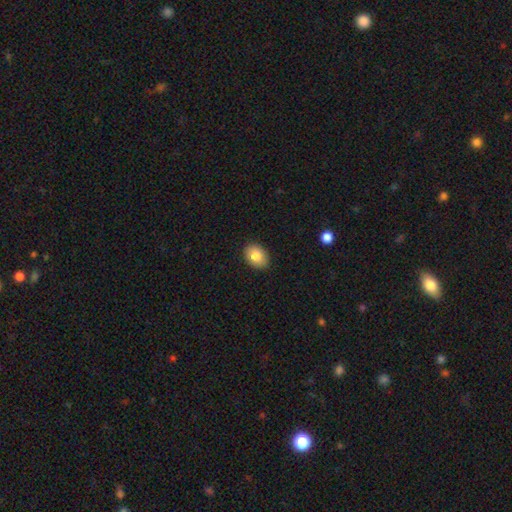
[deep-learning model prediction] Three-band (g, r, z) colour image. It shows a smooth galaxy with no disk features (84%) that is in between round and cigar-shaped (80%). Merging: none (88%).